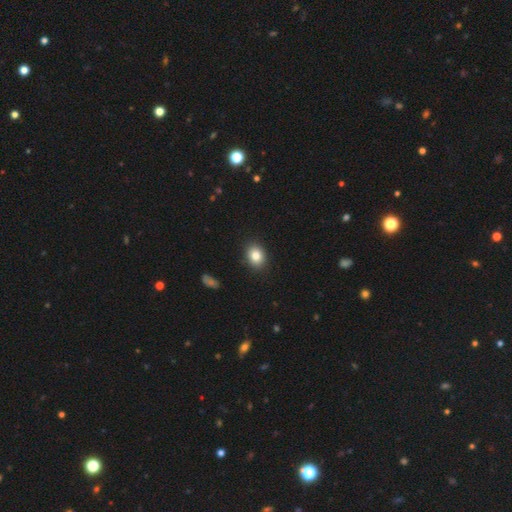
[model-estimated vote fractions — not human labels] A smooth galaxy with no disk features (82%) that is in between round and cigar-shaped (57%). Merging: none (89%).